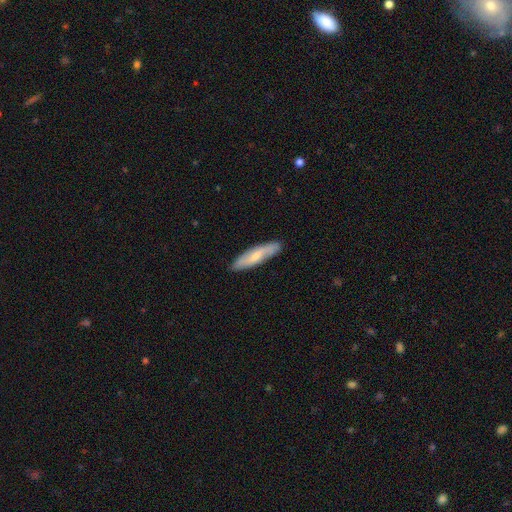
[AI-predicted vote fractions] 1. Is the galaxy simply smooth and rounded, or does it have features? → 56% smooth, 39% featured or disk, 6% star or artifact.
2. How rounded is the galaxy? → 72% cigar-shaped, 26% in between, 2% round.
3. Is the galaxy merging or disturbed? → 86% none, 11% minor disturbance, 2% major disturbance, 1% merger.